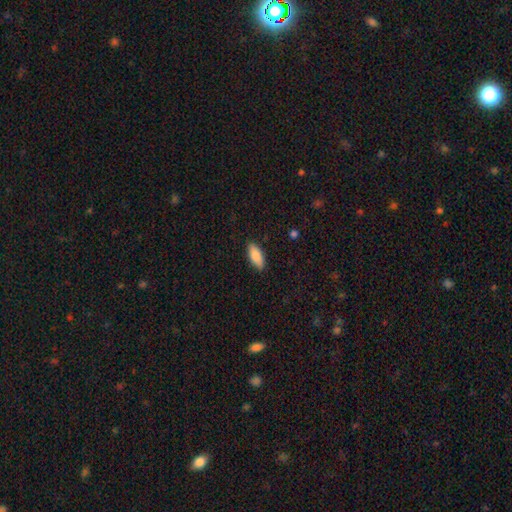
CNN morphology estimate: This appears to be a smooth galaxy with no disk features (87%) that is in between round and cigar-shaped (84%). Merging: none (88%).